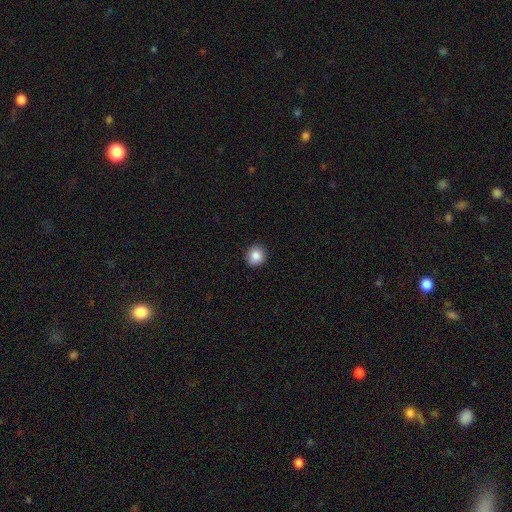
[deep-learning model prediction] smooth-or-featured: smooth: 86% | star or artifact: 9% | featured or disk: 5%
  how-rounded: round: 86% | in between: 13% | cigar-shaped: 1%
  merging: none: 89% | minor disturbance: 8% | major disturbance: 2% | merger: 1%